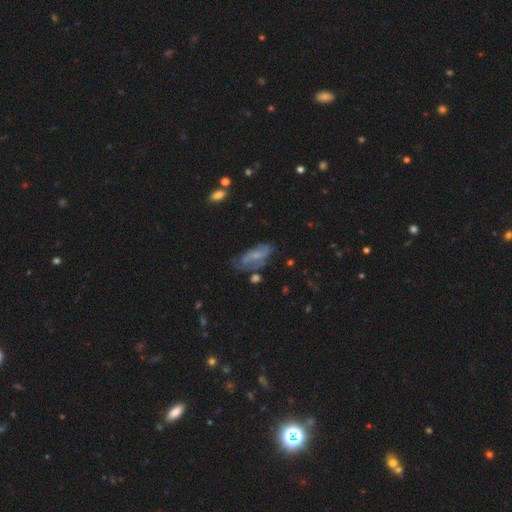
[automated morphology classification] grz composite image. It shows a featured or disk galaxy (51%). Merging: none (50%).